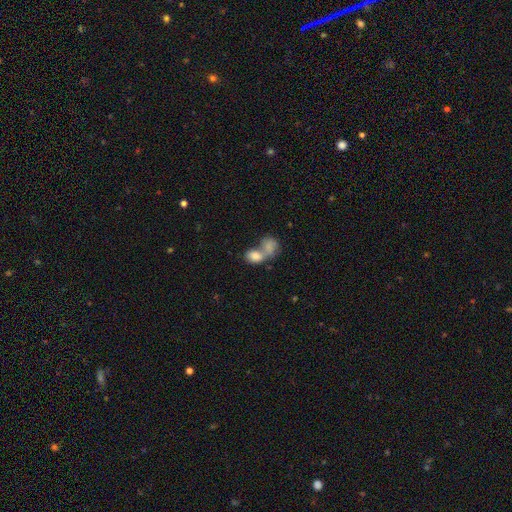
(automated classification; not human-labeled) A smooth galaxy with no disk features (80%) that is in between round and cigar-shaped (75%). Merging: merger (72%).